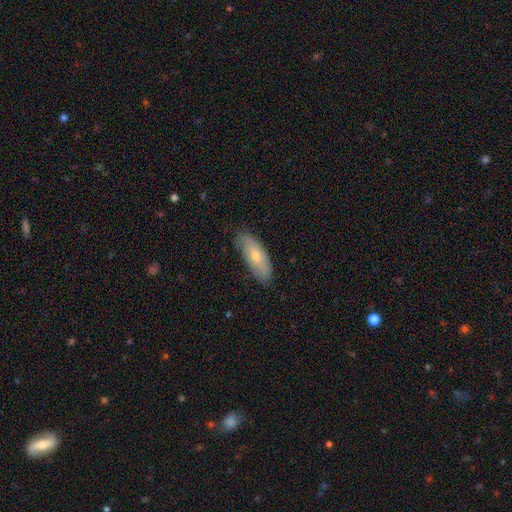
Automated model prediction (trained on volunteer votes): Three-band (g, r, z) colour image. It shows a smooth galaxy with no disk features (50%) that is in between round and cigar-shaped (72%). Merging: none (74%).